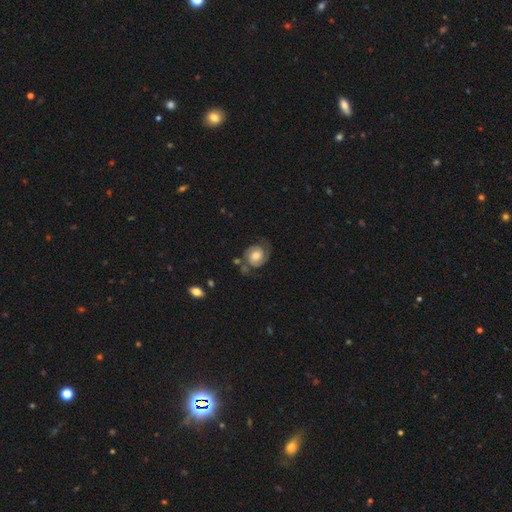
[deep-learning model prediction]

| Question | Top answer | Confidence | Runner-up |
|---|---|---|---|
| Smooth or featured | featured or disk | 74% | smooth (19%) |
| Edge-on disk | no | 98% | yes (2%) |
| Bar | no | 67% | weak (28%) |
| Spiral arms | yes | 94% | no (6%) |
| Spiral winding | tight | 45% | medium (41%) |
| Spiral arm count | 2 | 87% | can't tell (6%) |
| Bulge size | moderate | 55% | large (23%) |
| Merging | none | 66% | minor disturbance (19%) |